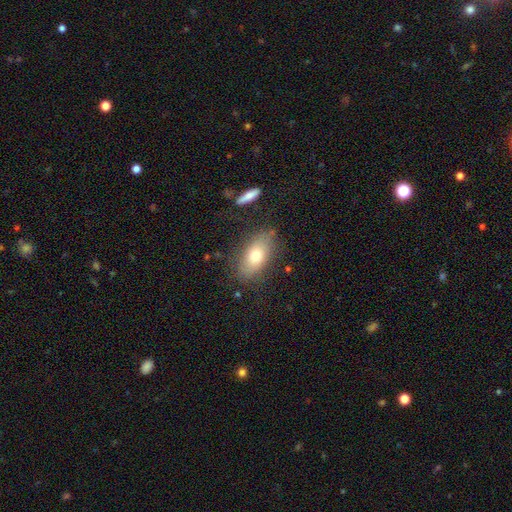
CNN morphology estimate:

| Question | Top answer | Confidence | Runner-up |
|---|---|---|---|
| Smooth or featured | smooth | 71% | featured or disk (21%) |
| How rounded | in between | 88% | cigar-shaped (6%) |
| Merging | none | 78% | minor disturbance (14%) |